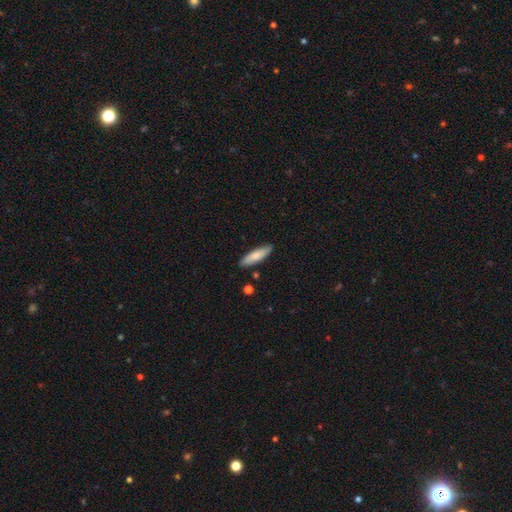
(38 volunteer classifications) Smooth or featured?
  - smooth: 74% *
  - featured or disk: 24%
  - star or artifact: 3%
How rounded?
  - cigar-shaped: 57% *
  - in between: 39%
  - round: 4%
Merging?
  - none: 92% *
  - minor disturbance: 8%
  - major disturbance: 0%
  - merger: 0%